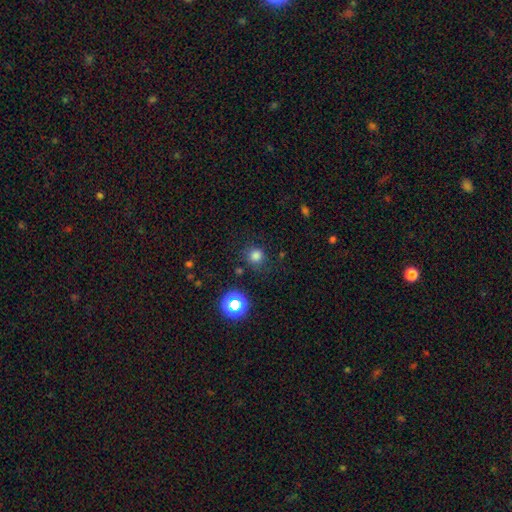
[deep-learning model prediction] Smooth or featured? smooth (76%)
How rounded? round (91%)
Merging? none (80%)